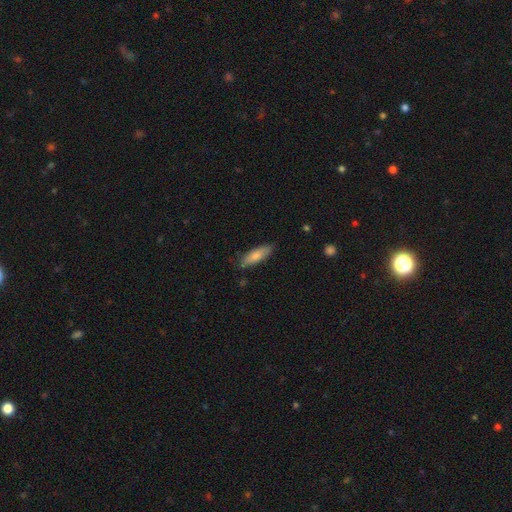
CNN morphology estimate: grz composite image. It shows a smooth galaxy with no disk features (79%) that is in between round and cigar-shaped (53%). Merging: none (82%).